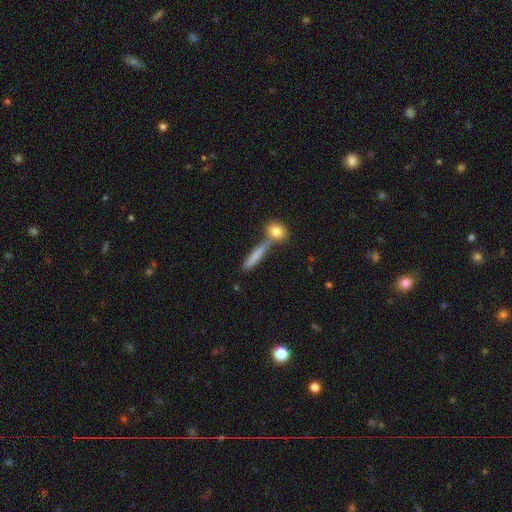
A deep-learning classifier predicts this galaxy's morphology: Smooth or featured?
  - smooth: 74% *
  - featured or disk: 18%
  - star or artifact: 8%
How rounded?
  - cigar-shaped: 80% *
  - in between: 15%
  - round: 6%
Merging?
  - none: 58% *
  - merger: 25%
  - minor disturbance: 12%
  - major disturbance: 5%